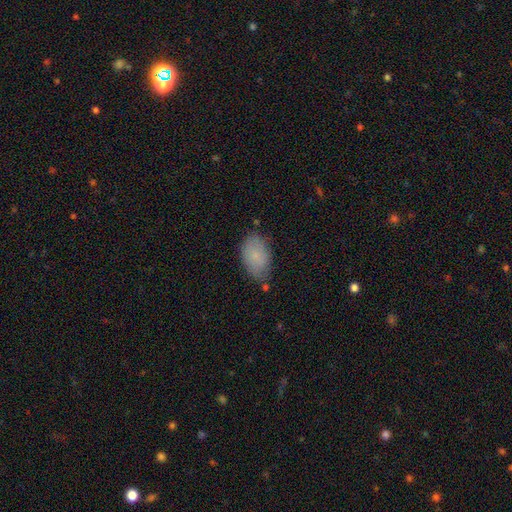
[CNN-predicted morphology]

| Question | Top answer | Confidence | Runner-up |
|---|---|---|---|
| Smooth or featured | smooth | 83% | featured or disk (10%) |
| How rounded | in between | 93% | round (6%) |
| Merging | none | 68% | minor disturbance (25%) |